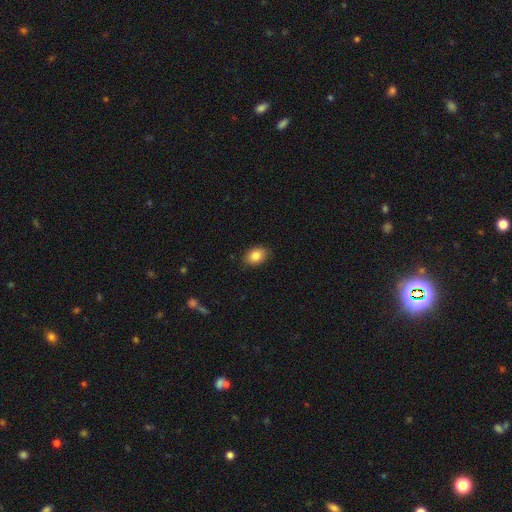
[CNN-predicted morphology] A smooth galaxy with no disk features (85%) that is in between round and cigar-shaped (80%). Merging: none (85%).